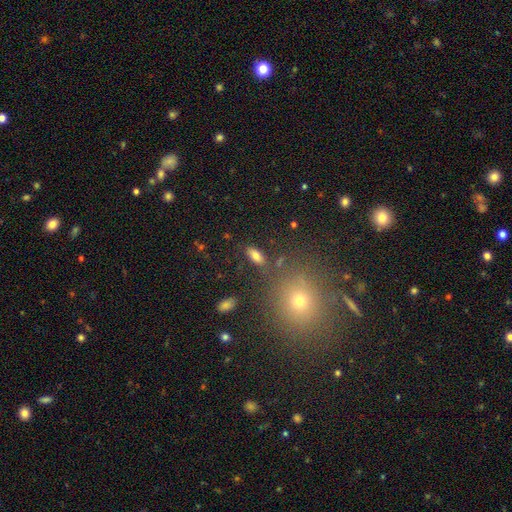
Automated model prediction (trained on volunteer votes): Q: Smooth or featured?
A: smooth (77%); runner-up: featured or disk (11%)
Q: How rounded?
A: in between (85%); runner-up: cigar-shaped (11%)
Q: Merging?
A: none (80%); runner-up: minor disturbance (11%)